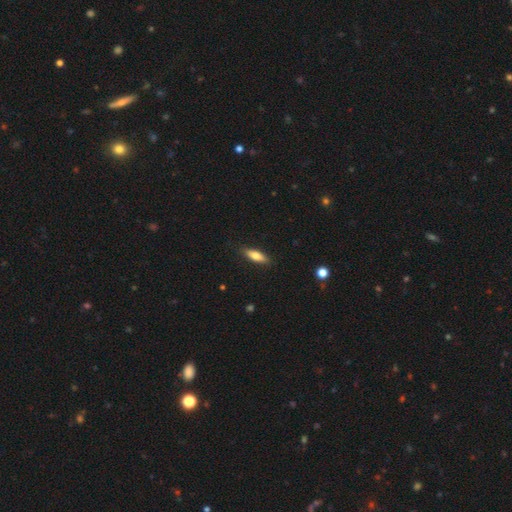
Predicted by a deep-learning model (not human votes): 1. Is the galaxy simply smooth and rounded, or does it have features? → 72% smooth, 22% featured or disk, 6% star or artifact.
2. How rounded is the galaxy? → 51% cigar-shaped, 47% in between, 2% round.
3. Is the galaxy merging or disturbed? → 87% none, 10% minor disturbance, 2% major disturbance, 1% merger.